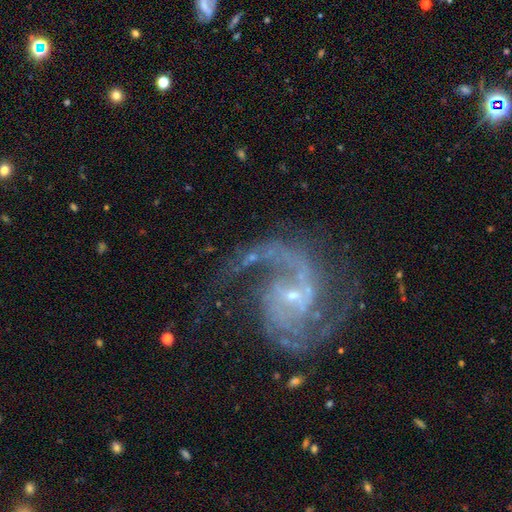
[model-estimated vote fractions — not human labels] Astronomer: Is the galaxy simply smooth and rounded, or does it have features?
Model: featured or disk — 91%.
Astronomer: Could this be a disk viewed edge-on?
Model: no — 98%.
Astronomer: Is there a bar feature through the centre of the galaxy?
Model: no — 45% (runner-up: weak, 41%).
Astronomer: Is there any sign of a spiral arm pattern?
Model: yes — 98%.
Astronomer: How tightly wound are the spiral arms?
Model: medium — 56%.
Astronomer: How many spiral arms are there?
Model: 2 — 80%.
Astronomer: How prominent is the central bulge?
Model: small — 78%.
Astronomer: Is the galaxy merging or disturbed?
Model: none — 64%.